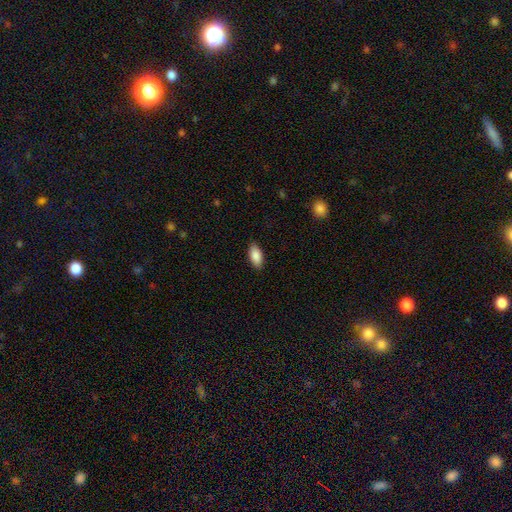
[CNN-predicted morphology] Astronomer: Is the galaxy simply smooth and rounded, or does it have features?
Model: smooth — 88%.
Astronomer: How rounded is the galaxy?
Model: in between — 90%.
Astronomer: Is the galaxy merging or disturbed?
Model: none — 87%.